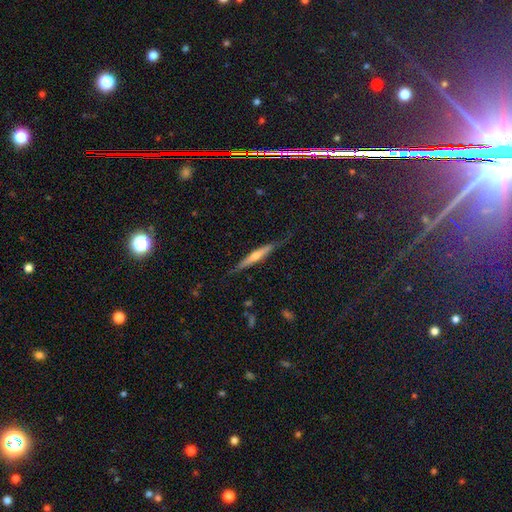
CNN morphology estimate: Q: Smooth or featured?
A: featured or disk (65%); runner-up: smooth (29%)
Q: Edge-on disk?
A: yes (96%); runner-up: no (4%)
Q: Edge-on bulge?
A: rounded (78%); runner-up: none (16%)
Q: Merging?
A: none (78%); runner-up: minor disturbance (17%)